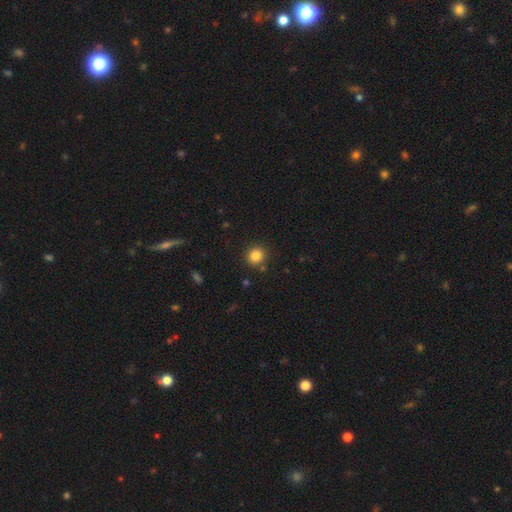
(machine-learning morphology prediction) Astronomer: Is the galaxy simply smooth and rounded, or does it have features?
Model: smooth — 84%.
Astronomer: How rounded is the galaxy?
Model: round — 87%.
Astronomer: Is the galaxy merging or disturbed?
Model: none — 88%.